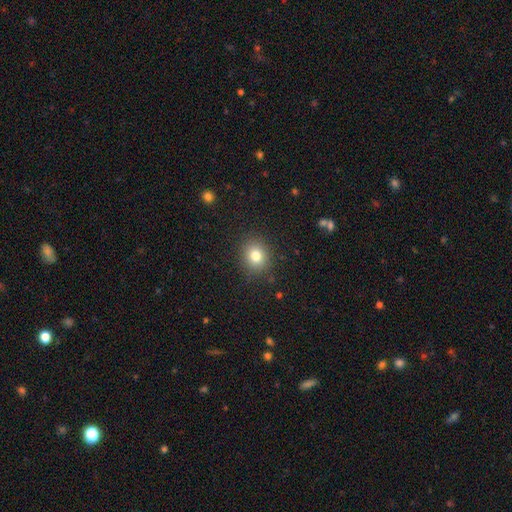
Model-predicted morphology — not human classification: Smooth or featured: smooth — 78% (star or artifact — 13%)
How rounded: round — 75% (in between — 24%)
Merging: none — 88% (minor disturbance — 8%)